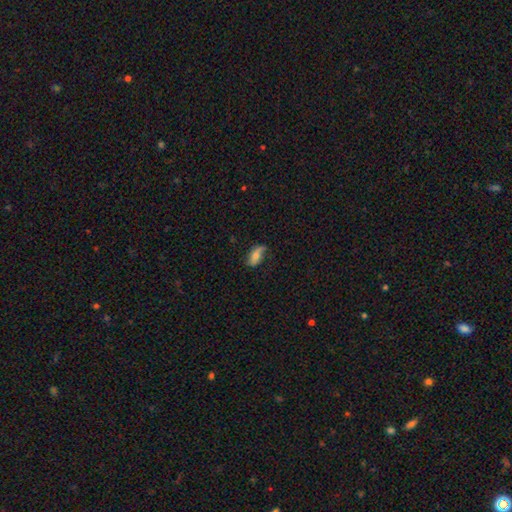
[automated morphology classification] A smooth galaxy with no disk features (52%) that is in between round and cigar-shaped (85%).

Vote fractions:
- Smooth or featured? smooth: 52% / featured or disk: 40% / star or artifact: 8%
- How rounded? in between: 85% / cigar-shaped: 10% / round: 5%
- Merging? none: 61% / minor disturbance: 28% / major disturbance: 9% / merger: 2%